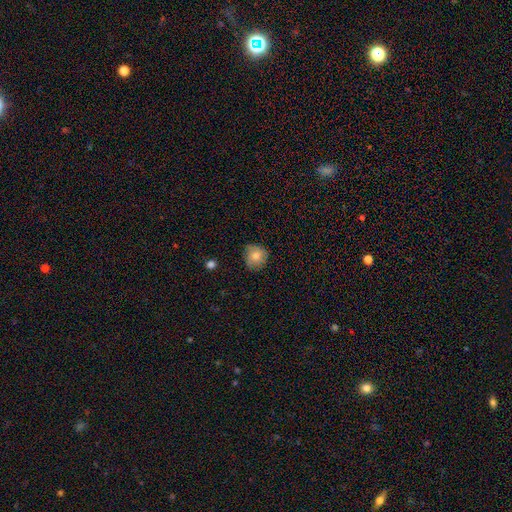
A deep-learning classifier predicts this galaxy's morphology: A smooth galaxy with no disk features (74%) that is round (88%). Merging: none (73%).